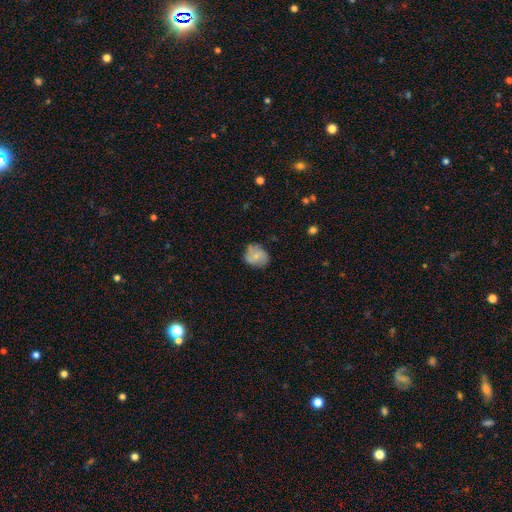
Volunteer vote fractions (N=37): Smooth or featured? 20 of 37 (54%) said smooth. How rounded? 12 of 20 (60%) said round. Merging? 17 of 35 (49%) said none.